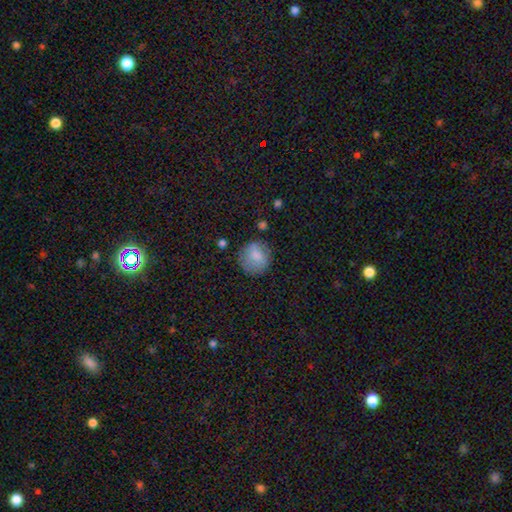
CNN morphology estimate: Overall: smooth (80%). How rounded: round (88%). Merging: none (76%).